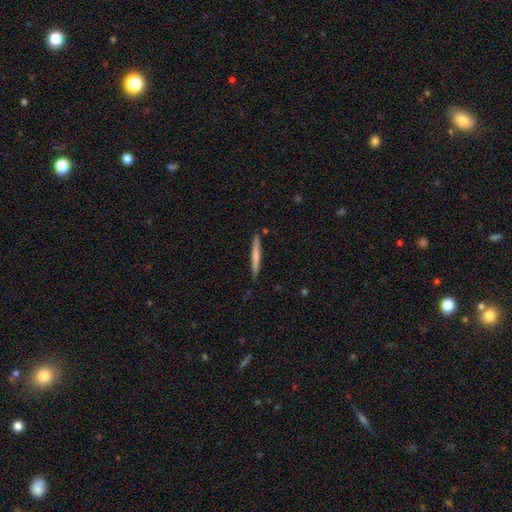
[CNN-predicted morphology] Smooth or featured: smooth — 65% (featured or disk — 30%)
How rounded: cigar-shaped — 96% (in between — 3%)
Merging: none — 88% (minor disturbance — 8%)